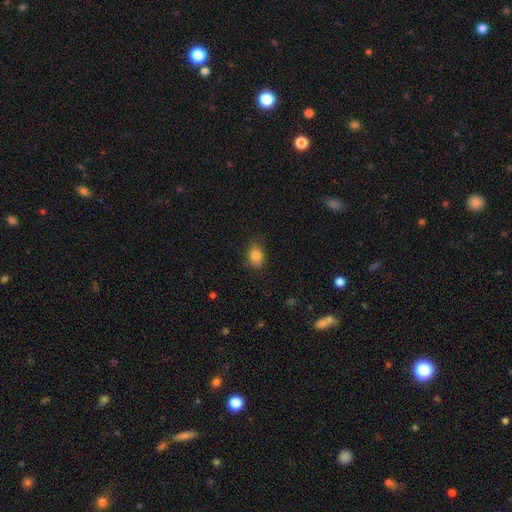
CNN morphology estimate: smooth 83%, star or artifact 10%, featured or disk 7%. Down the decision tree: how rounded — in between (65%); merging — none (75%).